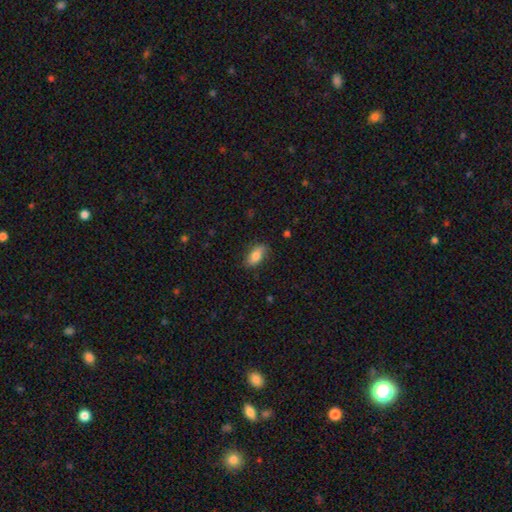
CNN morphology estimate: Overall: smooth (79%). How rounded: in between (89%). Merging: none (79%).